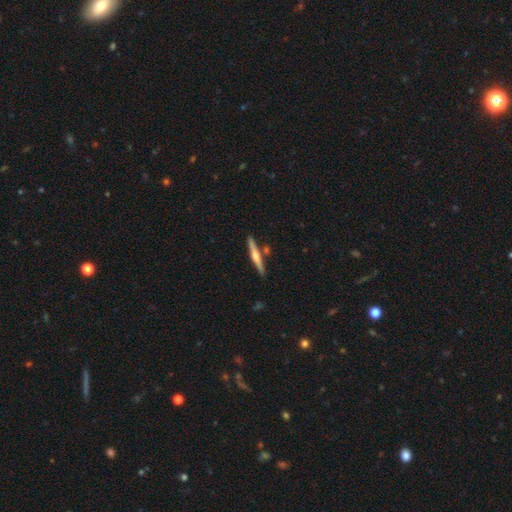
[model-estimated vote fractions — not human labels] smooth_or_featured: featured or disk (p=0.61) [alt: smooth p=0.34]
disk_edge_on: yes (p=0.98) [alt: no p=0.02]
edge_on_bulge: rounded (p=0.84) [alt: none p=0.10]
merging: none (p=0.84) [alt: minor disturbance p=0.08]